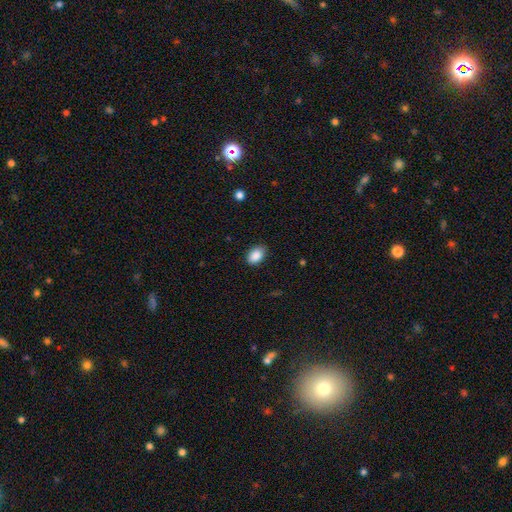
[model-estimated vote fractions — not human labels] Morphology: type=smooth (89%); roundness=in between (87%); merging=none (87%).